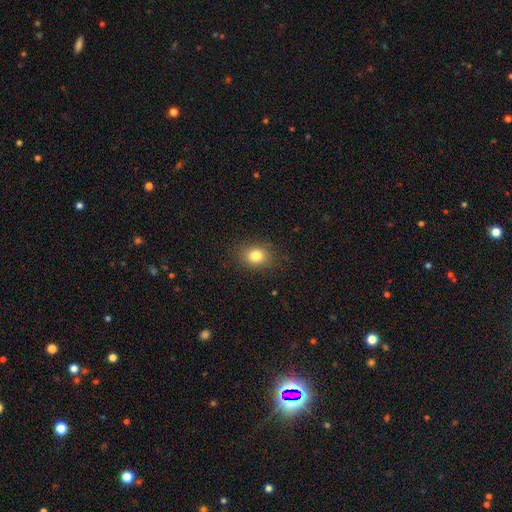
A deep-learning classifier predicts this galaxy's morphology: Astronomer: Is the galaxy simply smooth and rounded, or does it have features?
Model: smooth — 80%.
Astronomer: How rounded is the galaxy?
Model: round — 50% (runner-up: in between, 49%).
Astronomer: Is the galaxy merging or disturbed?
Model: none — 85%.